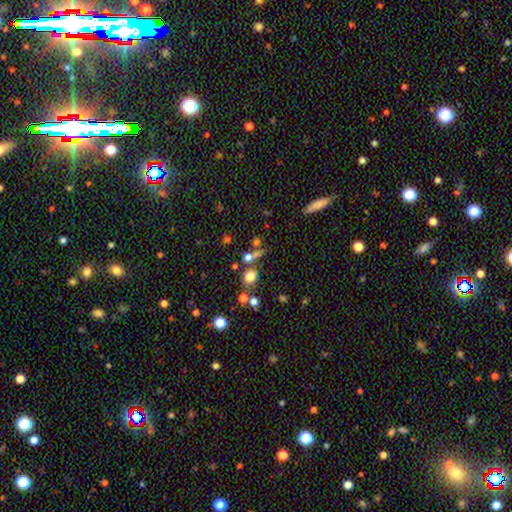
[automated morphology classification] smooth_or_featured: star or artifact (p=0.48) [alt: smooth p=0.36]